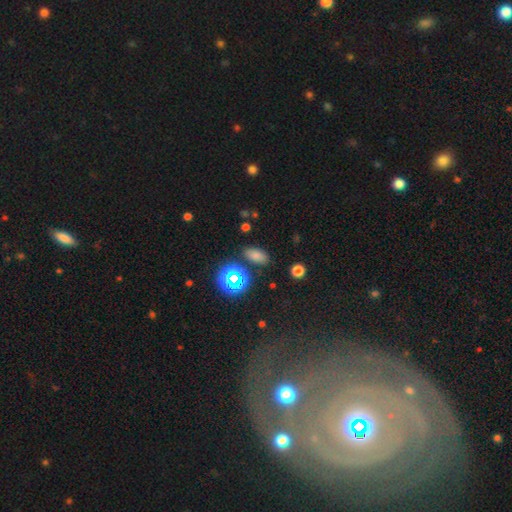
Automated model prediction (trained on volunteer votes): Smooth or featured? Predicted: smooth (p=0.71). How rounded? Predicted: in between (p=0.87). Merging? Predicted: none (p=0.82).